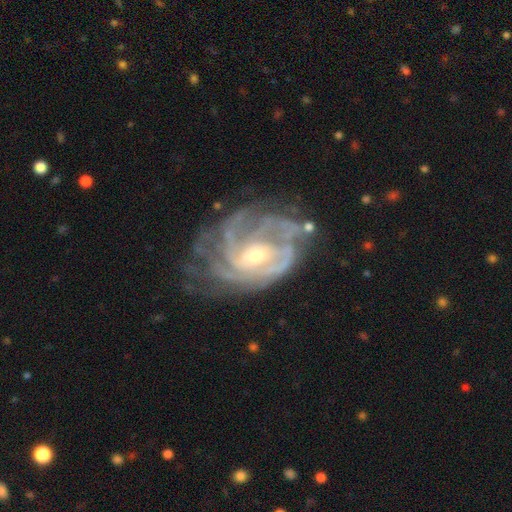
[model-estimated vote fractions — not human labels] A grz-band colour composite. It shows a featured or disk galaxy (89%) with no bar (44%), tight (61%) spiral arms (95%) and a moderate central bulge (48%). Merging: none (57%).